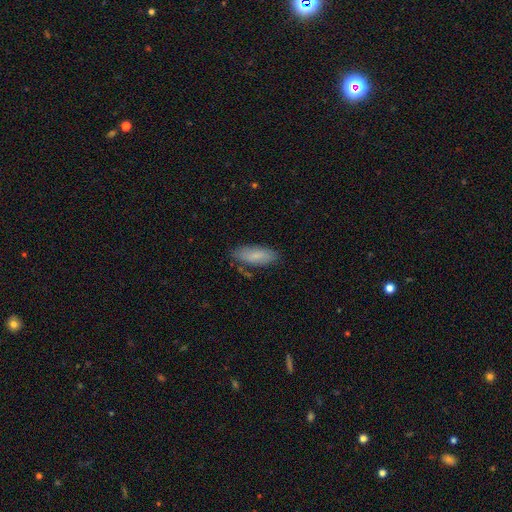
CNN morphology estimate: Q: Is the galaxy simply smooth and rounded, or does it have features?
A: smooth — 79%.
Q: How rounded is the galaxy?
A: in between — 71%.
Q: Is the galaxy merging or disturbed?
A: none — 77%.